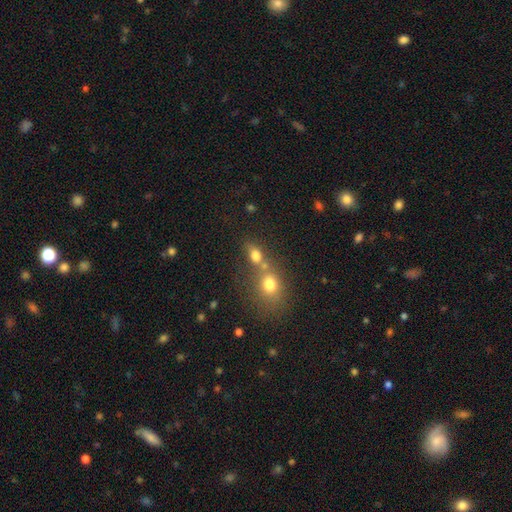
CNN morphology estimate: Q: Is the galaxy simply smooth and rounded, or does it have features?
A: smooth — 76%.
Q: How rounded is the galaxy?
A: in between — 63%.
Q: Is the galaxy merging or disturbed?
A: merger — 45%.